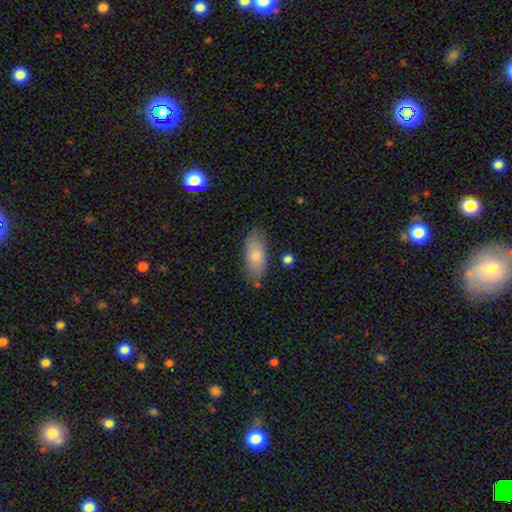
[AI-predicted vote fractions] smooth 81%, featured or disk 13%, star or artifact 6%. Down the decision tree: how rounded — in between (83%); merging — none (77%).